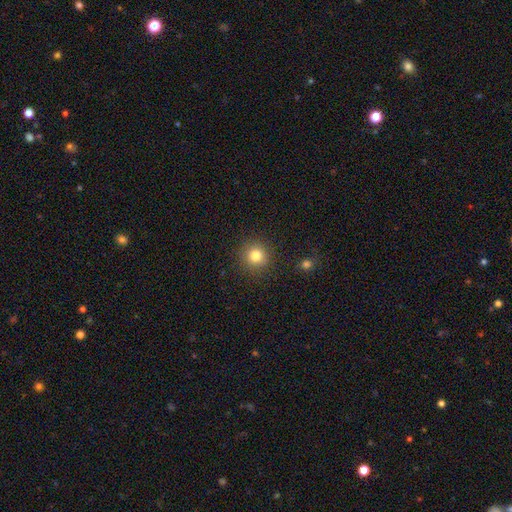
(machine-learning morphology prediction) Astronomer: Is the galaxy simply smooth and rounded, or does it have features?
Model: smooth — 81%.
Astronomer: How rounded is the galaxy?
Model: round — 94%.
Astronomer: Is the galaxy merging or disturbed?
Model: none — 90%.